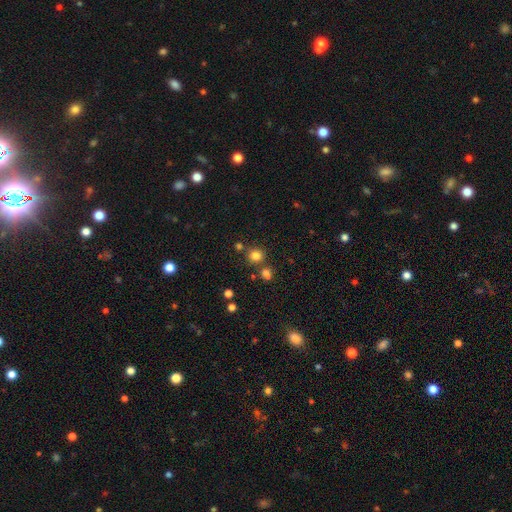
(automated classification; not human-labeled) Morphology: type=smooth (79%); roundness=round (88%); merging=none (77%).